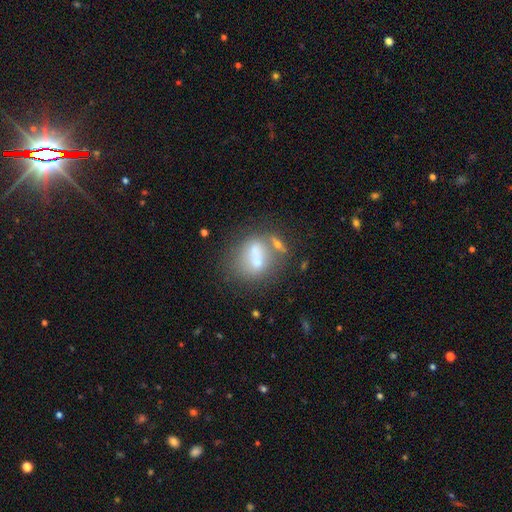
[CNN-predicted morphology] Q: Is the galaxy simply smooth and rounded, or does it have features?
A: smooth — 54%.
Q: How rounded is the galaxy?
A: in between — 56%.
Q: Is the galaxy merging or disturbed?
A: none — 36%, tied with merger.